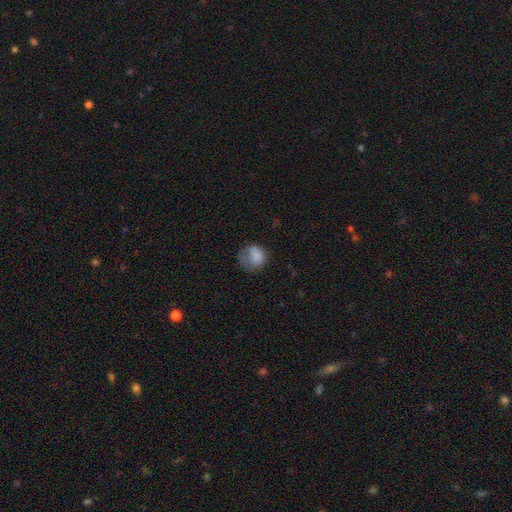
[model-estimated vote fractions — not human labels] Q: Smooth or featured?
A: smooth (77%); runner-up: featured or disk (14%)
Q: How rounded?
A: round (57%); runner-up: in between (42%)
Q: Merging?
A: none (35%); runner-up: major disturbance (34%)